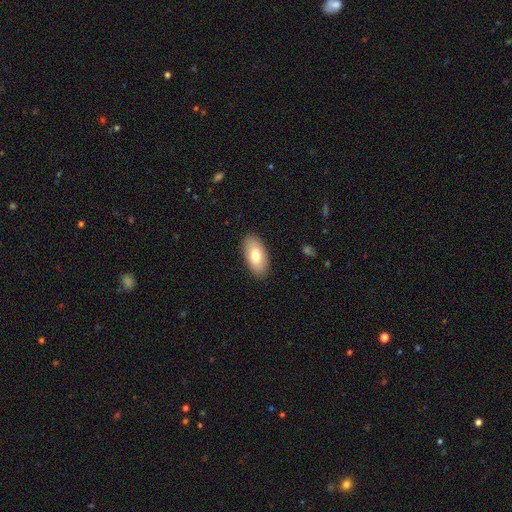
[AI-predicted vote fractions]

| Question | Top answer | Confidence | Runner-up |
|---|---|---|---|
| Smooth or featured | smooth | 76% | featured or disk (18%) |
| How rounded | in between | 93% | cigar-shaped (4%) |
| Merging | none | 88% | minor disturbance (9%) |